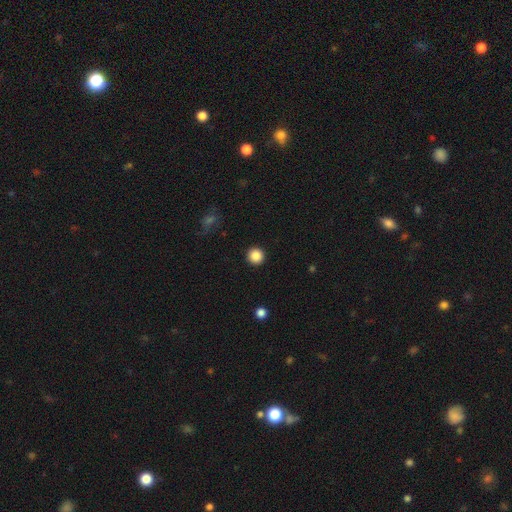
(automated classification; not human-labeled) Smooth or featured: smooth — 87% (star or artifact — 10%)
How rounded: round — 96% (in between — 3%)
Merging: none — 93% (minor disturbance — 4%)